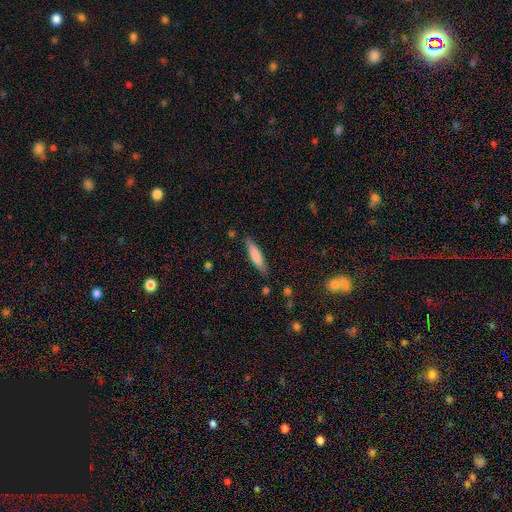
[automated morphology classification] Smooth or featured? smooth (75%)
How rounded? cigar-shaped (76%)
Merging? none (82%)